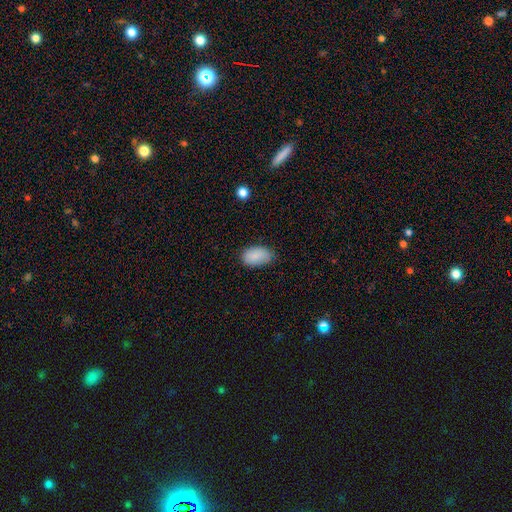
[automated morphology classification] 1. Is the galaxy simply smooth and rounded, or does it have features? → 87% smooth, 7% star or artifact, 5% featured or disk.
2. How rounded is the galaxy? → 93% in between, 6% round, 1% cigar-shaped.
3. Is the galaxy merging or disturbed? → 76% none, 20% minor disturbance, 3% major disturbance, 1% merger.